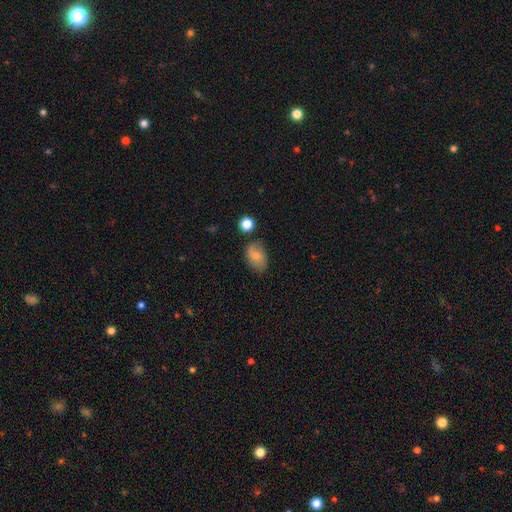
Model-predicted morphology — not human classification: smooth-or-featured: smooth: 67% | featured or disk: 24% | star or artifact: 9%
  how-rounded: in between: 82% | round: 17% | cigar-shaped: 1%
  merging: none: 64% | minor disturbance: 25% | major disturbance: 6% | merger: 4%